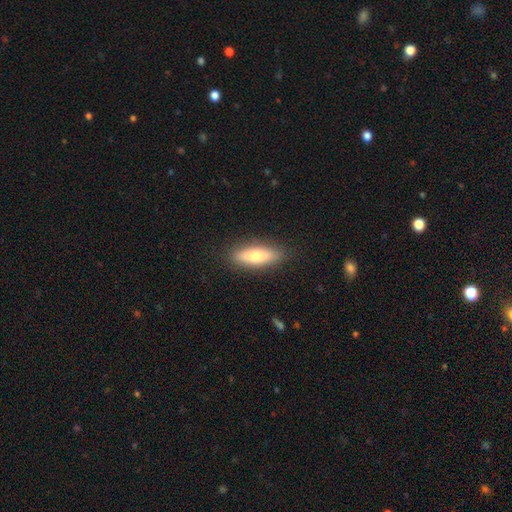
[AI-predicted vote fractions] Smooth or featured: smooth — 67% (featured or disk — 26%)
How rounded: cigar-shaped — 49% (tied with in between — 49%)
Merging: none — 88% (minor disturbance — 9%)